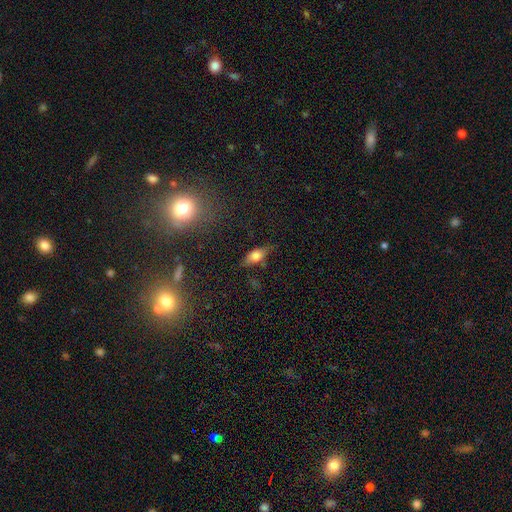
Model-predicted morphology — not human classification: A smooth galaxy with no disk features (62%) that is in between round and cigar-shaped (75%).

Vote fractions:
- Smooth or featured? smooth: 62% / featured or disk: 28% / star or artifact: 10%
- How rounded? in between: 75% / cigar-shaped: 19% / round: 6%
- Merging? none: 67% / minor disturbance: 23% / major disturbance: 7% / merger: 3%